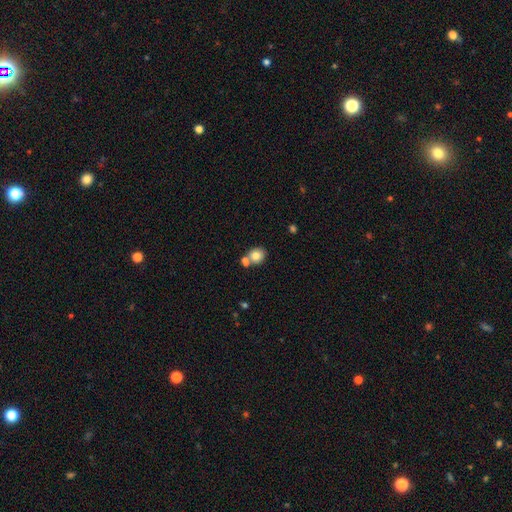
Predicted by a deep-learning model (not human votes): A smooth galaxy with no disk features (79%) that is round (72%).

Vote fractions:
- Smooth or featured? smooth: 79% / featured or disk: 12% / star or artifact: 9%
- How rounded? round: 72% / in between: 27% / cigar-shaped: 1%
- Merging? none: 52% / merger: 36% / minor disturbance: 9% / major disturbance: 3%